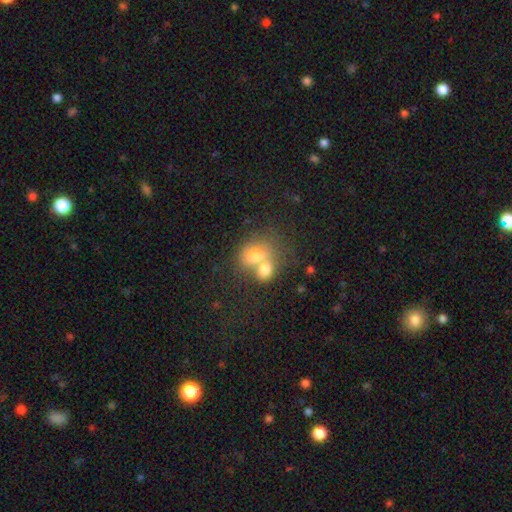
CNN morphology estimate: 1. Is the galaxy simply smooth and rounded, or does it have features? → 68% smooth, 22% featured or disk, 10% star or artifact.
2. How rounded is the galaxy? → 57% in between, 41% round, 1% cigar-shaped.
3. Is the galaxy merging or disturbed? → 66% merger, 22% none, 7% minor disturbance, 5% major disturbance.